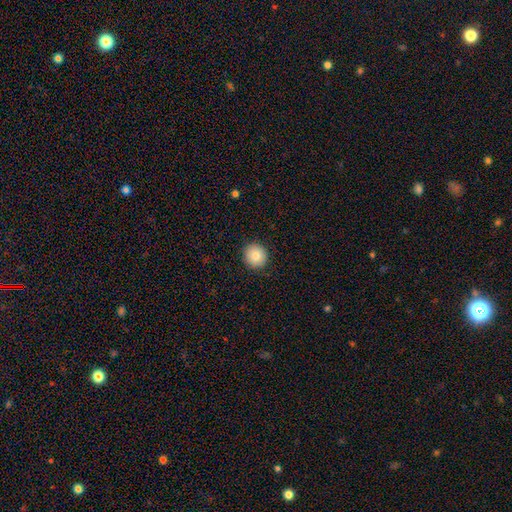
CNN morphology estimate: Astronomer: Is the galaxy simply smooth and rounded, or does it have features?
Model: smooth — 83%.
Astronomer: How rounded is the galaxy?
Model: round — 93%.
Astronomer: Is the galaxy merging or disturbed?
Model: none — 92%.